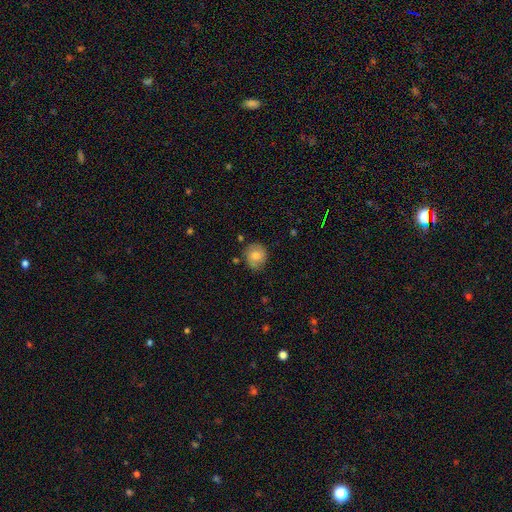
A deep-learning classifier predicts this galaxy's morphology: This appears to be a smooth galaxy with no disk features (72%) that is round (80%). Merging: none (75%).